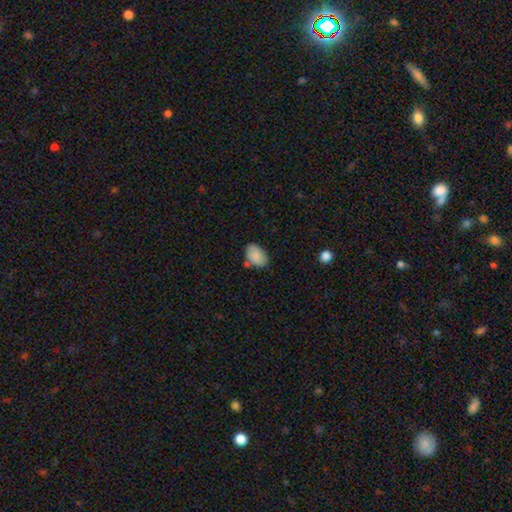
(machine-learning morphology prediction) Q: Smooth or featured?
A: smooth (85%); runner-up: featured or disk (8%)
Q: How rounded?
A: in between (87%); runner-up: round (12%)
Q: Merging?
A: none (67%); runner-up: minor disturbance (21%)